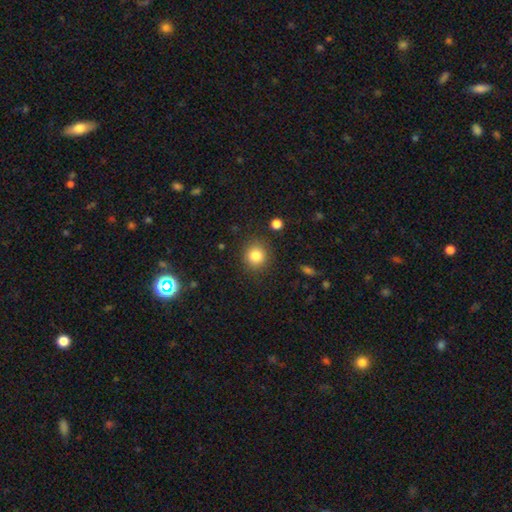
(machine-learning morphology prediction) A smooth galaxy with no disk features (83%) that is round (90%). Merging: none (87%).